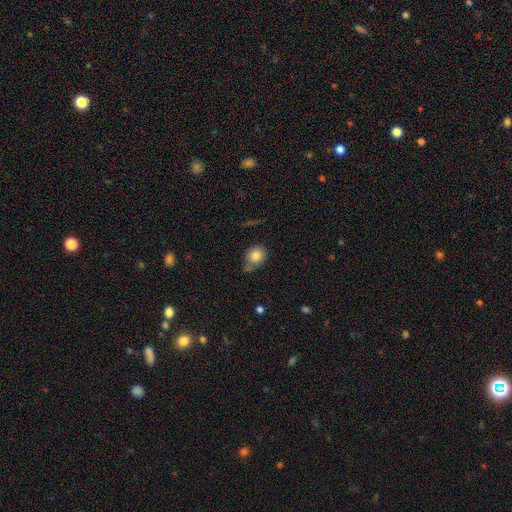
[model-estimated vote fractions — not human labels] A smooth galaxy with no disk features (81%) that is round (59%). Merging: none (55%).